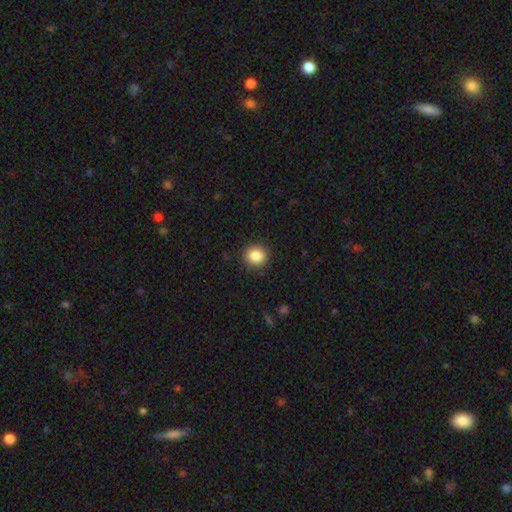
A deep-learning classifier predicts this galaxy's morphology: smooth-or-featured: smooth: 86% | star or artifact: 9% | featured or disk: 4%
  how-rounded: round: 83% | in between: 16% | cigar-shaped: 1%
  merging: none: 90% | minor disturbance: 7% | major disturbance: 2% | merger: 1%